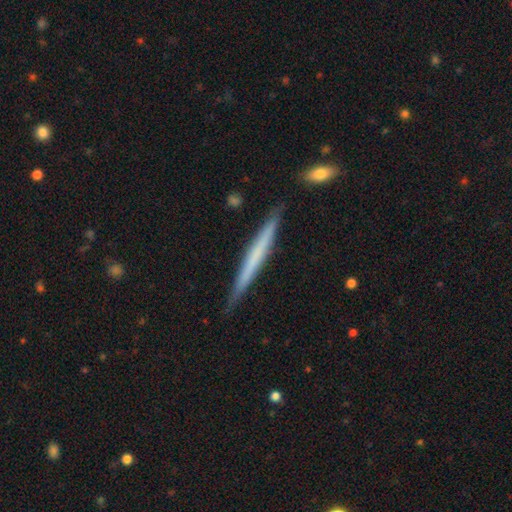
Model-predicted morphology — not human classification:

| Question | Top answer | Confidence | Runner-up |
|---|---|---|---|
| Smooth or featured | featured or disk | 48% | smooth (46%) |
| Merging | none | 87% | minor disturbance (9%) |